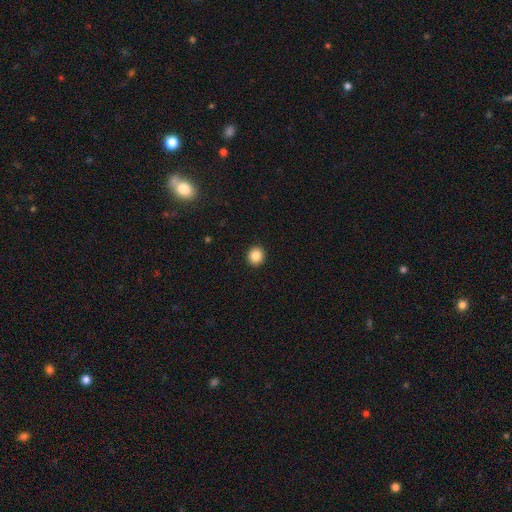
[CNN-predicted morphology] smooth-or-featured: smooth: 86% | star or artifact: 10% | featured or disk: 5%
  how-rounded: round: 90% | in between: 9% | cigar-shaped: 1%
  merging: none: 93% | minor disturbance: 5% | major disturbance: 2% | merger: 1%